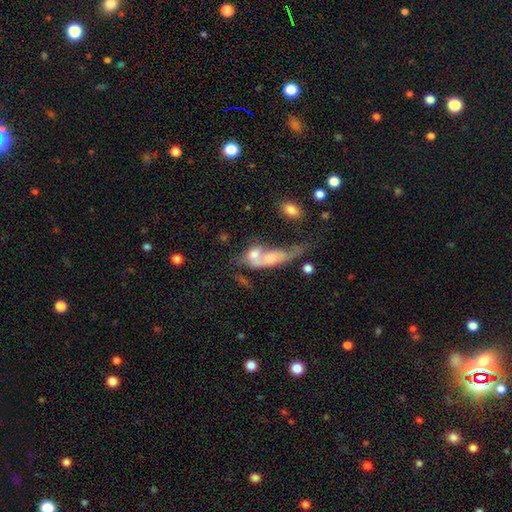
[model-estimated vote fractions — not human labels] Smooth or featured: smooth — 50% (featured or disk — 38%)
How rounded: in between — 60% (cigar-shaped — 22%)
Merging: merger — 61% (none — 15%)